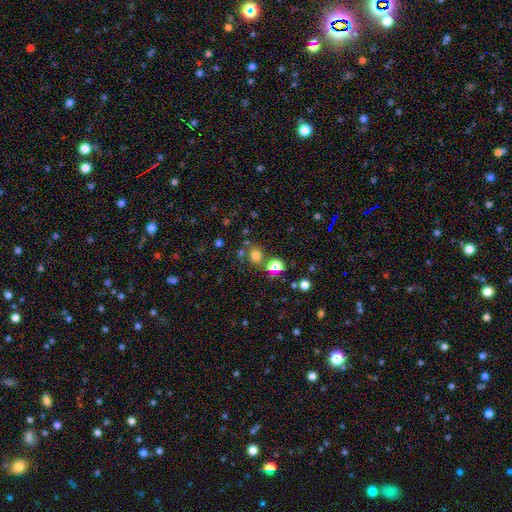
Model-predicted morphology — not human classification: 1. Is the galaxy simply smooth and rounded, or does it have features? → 70% smooth, 24% star or artifact, 7% featured or disk.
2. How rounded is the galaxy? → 69% round, 30% in between, 1% cigar-shaped.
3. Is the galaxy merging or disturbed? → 72% none, 13% merger, 10% minor disturbance, 4% major disturbance.